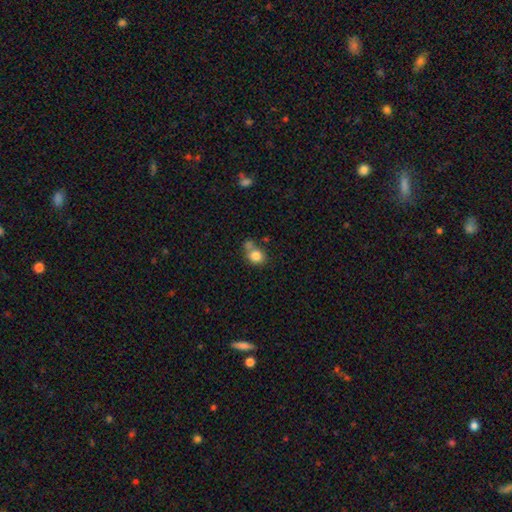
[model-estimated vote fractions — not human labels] Smooth or featured? smooth (82%)
How rounded? round (73%)
Merging? none (45%)